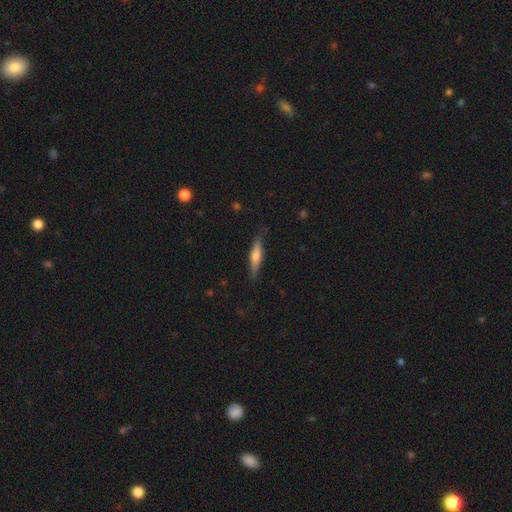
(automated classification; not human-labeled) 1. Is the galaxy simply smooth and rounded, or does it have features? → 55% smooth, 38% featured or disk, 6% star or artifact.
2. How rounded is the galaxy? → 83% cigar-shaped, 15% in between, 2% round.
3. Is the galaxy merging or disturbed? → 82% none, 14% minor disturbance, 3% major disturbance, 1% merger.